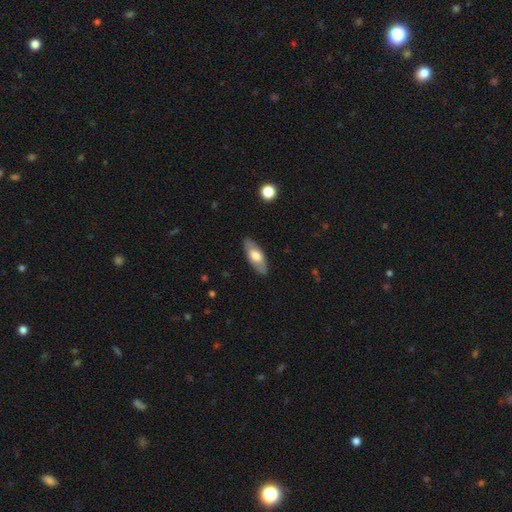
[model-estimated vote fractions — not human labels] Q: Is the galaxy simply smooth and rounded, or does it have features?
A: smooth — 64%.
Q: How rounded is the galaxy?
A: in between — 78%.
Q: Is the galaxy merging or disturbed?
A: none — 86%.